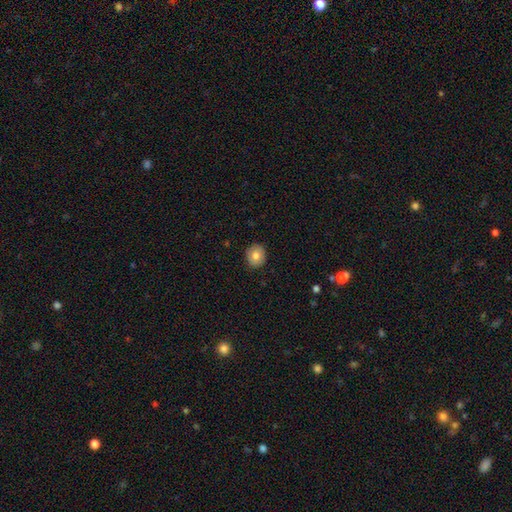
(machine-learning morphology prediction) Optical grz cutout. It shows a smooth galaxy with no disk features (80%) that is round (78%). Merging: none (89%).